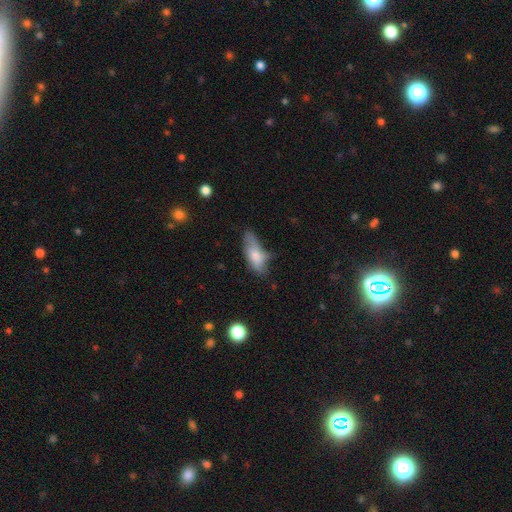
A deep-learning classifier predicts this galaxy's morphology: smooth 70%, featured or disk 23%, star or artifact 7%. Down the decision tree: how rounded — in between (75%); merging — none (39%).